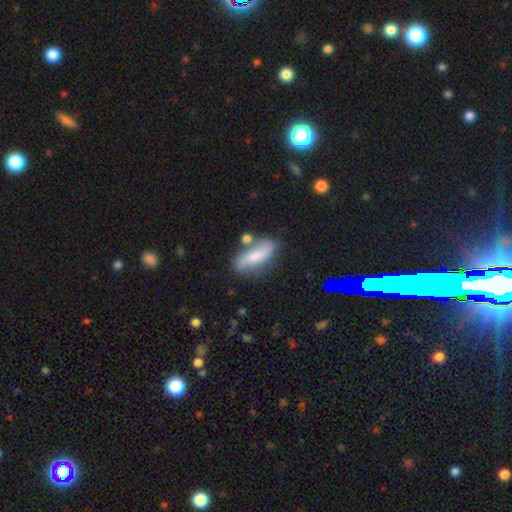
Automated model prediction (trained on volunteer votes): A smooth galaxy with no disk features (49%). Merging: none (65%).